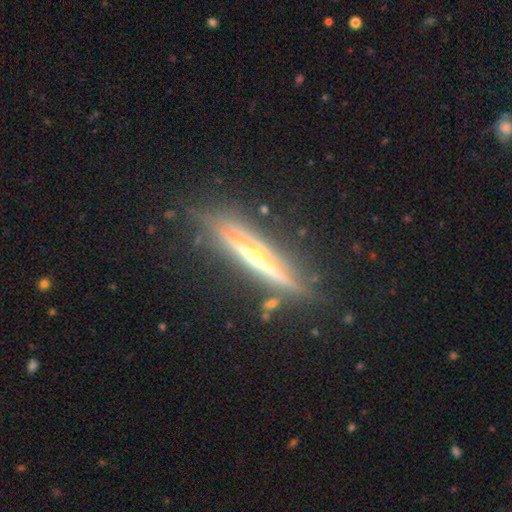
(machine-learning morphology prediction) featured or disk 80%, smooth 13%, star or artifact 7%. Down the decision tree: edge-on disk — yes (94%); edge-on bulge — rounded (71%); merging — none (78%).